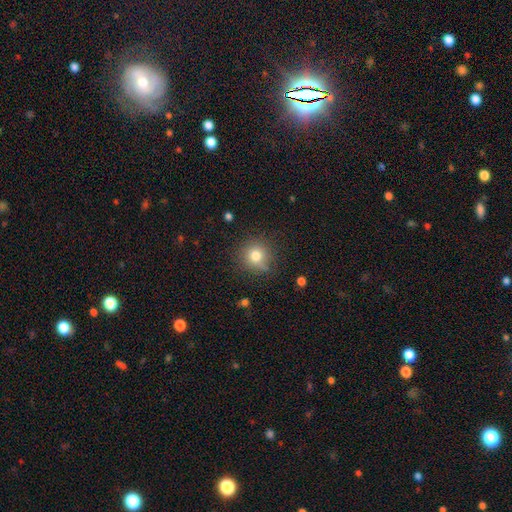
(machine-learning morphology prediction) Smooth or featured?
  - smooth: 77% *
  - star or artifact: 14%
  - featured or disk: 9%
How rounded?
  - round: 92% *
  - in between: 7%
  - cigar-shaped: 1%
Merging?
  - none: 80% *
  - minor disturbance: 13%
  - major disturbance: 4%
  - merger: 2%